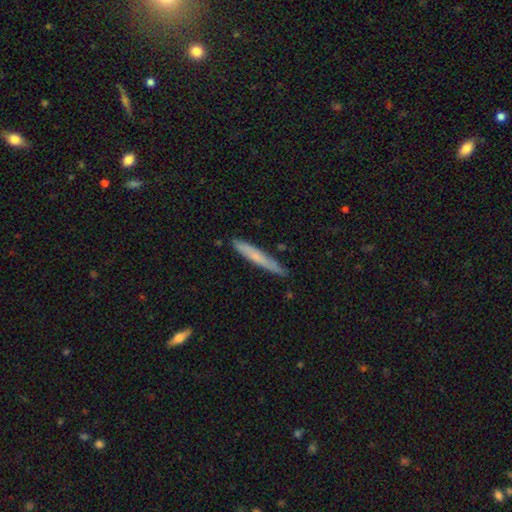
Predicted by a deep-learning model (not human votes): smooth_or_featured: smooth (p=0.60) [alt: featured or disk p=0.34]
how_rounded: cigar-shaped (p=0.95) [alt: in between p=0.03]
merging: none (p=0.81) [alt: minor disturbance p=0.15]